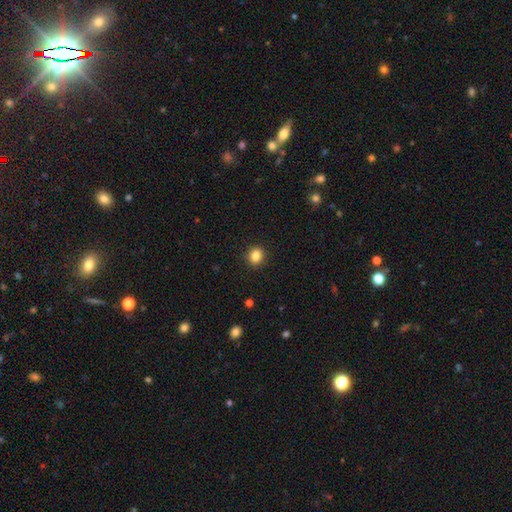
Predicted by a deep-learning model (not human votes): A smooth galaxy with no disk features (85%) that is round (71%).

Vote fractions:
- Smooth or featured? smooth: 85% / star or artifact: 11% / featured or disk: 5%
- How rounded? round: 71% / in between: 28% / cigar-shaped: 1%
- Merging? none: 91% / minor disturbance: 6% / major disturbance: 2% / merger: 1%